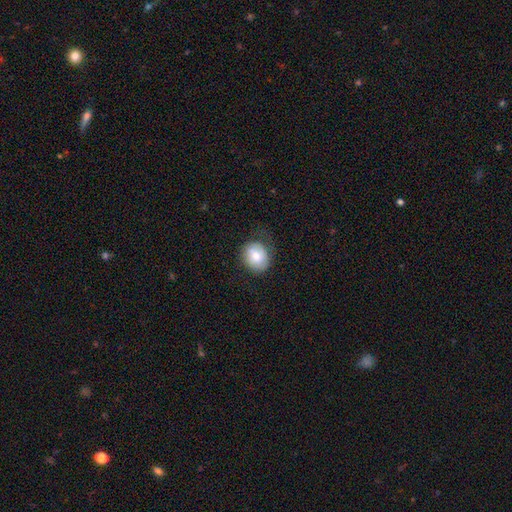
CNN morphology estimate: The model was most divided on "how rounded": round: 66%, in between: 34%, cigar-shaped: 1%. More confident: smooth or featured — smooth (76%); merging — none (67%).